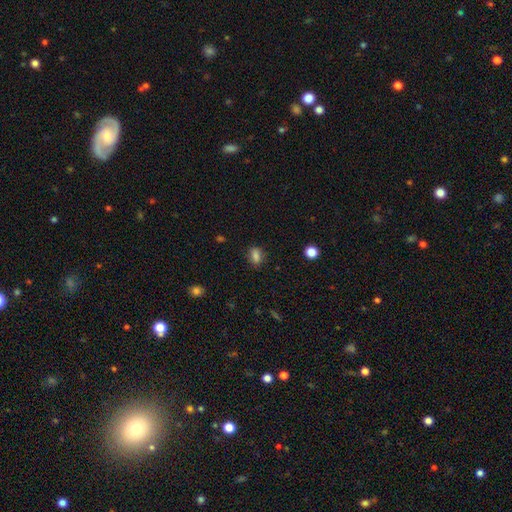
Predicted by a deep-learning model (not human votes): smooth_or_featured: smooth (p=0.83) [alt: star or artifact p=0.11]
how_rounded: in between (p=0.74) [alt: round p=0.22]
merging: none (p=0.81) [alt: minor disturbance p=0.14]